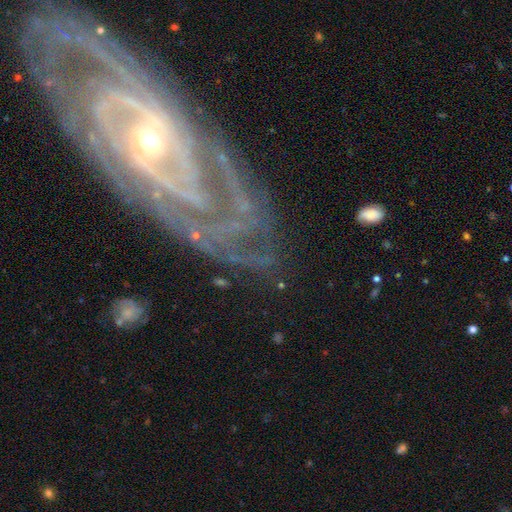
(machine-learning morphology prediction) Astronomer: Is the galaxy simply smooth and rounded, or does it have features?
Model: featured or disk — 84%.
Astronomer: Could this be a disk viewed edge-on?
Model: no — 92%.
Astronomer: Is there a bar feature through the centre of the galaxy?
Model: no — 50% (runner-up: weak, 26%).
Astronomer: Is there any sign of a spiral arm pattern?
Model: yes — 88%.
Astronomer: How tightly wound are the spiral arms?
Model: tight — 66%.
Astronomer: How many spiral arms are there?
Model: can't tell — 33% (runner-up: 2, 23%).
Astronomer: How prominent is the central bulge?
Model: moderate — 46% (runner-up: small, 45%).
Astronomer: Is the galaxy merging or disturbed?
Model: none — 66%.